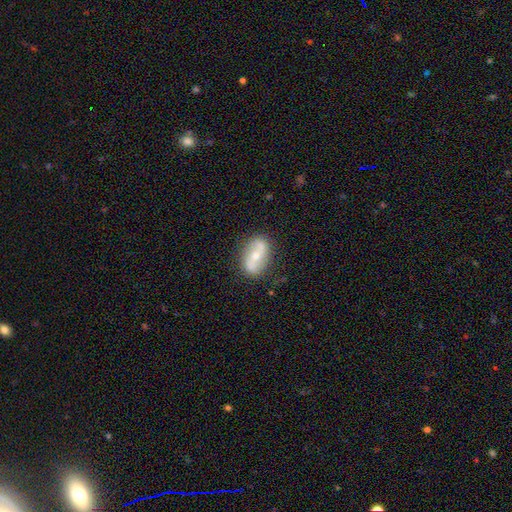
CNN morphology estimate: This appears to be a featured or disk galaxy (69%) with no bar (41%), 2 (90%) loose (64%) spiral arms (79%) and a small central bulge (48%, tied with moderate). Merging: none (82%).